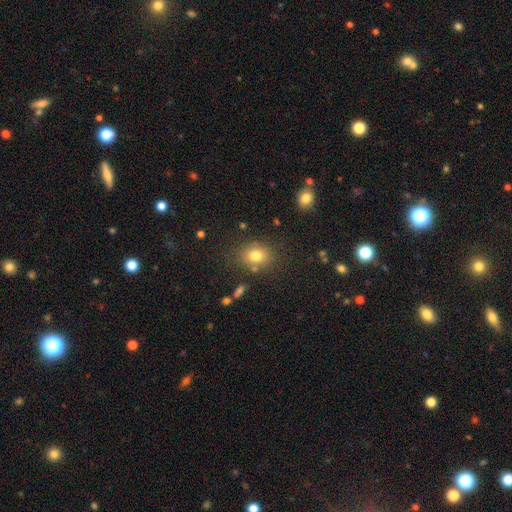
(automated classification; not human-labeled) Overall: smooth (78%). How rounded: round (53%; in between 46%). Merging: none (78%).